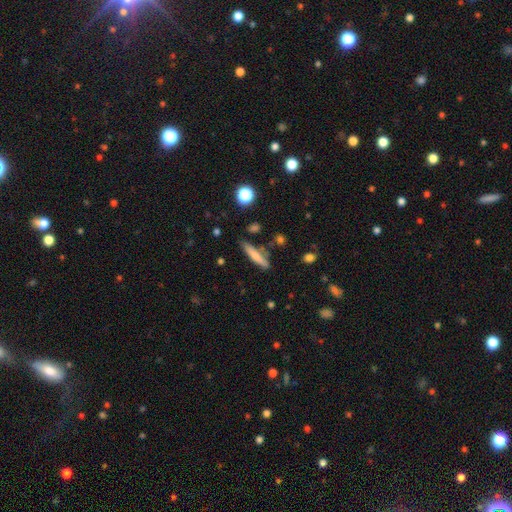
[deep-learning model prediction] The model was most divided on "smooth or featured": smooth: 68%, featured or disk: 25%, star or artifact: 8%. More confident: how rounded — cigar-shaped (85%); merging — none (75%).